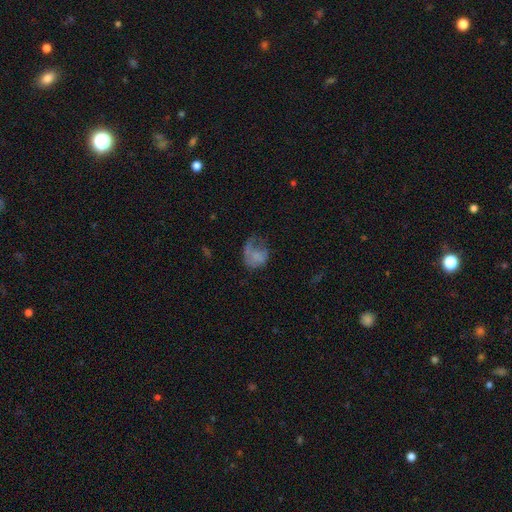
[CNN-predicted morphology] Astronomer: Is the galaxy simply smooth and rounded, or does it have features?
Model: smooth — 54% (runner-up: featured or disk, 35%).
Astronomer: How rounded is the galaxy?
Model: in between — 52% (runner-up: round, 47%).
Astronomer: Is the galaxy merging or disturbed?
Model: major disturbance — 46% (runner-up: none, 26%).